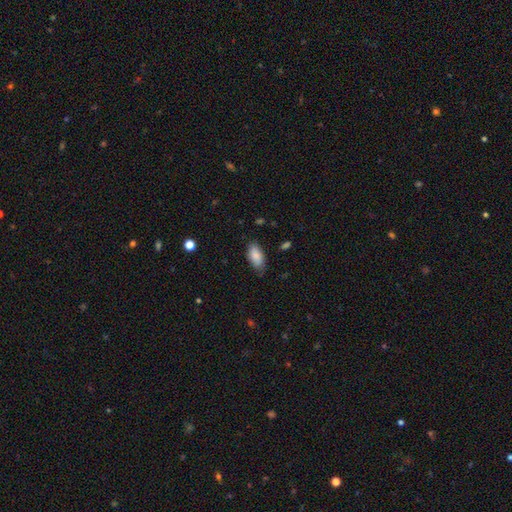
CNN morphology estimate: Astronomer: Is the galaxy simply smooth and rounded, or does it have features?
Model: smooth — 87%.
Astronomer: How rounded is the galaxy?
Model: in between — 91%.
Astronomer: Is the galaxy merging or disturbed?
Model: none — 77%.